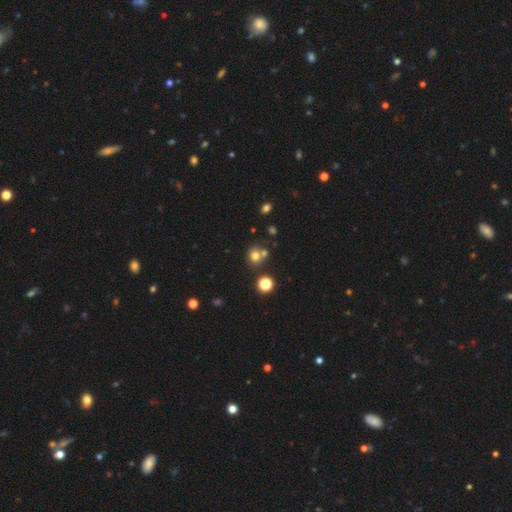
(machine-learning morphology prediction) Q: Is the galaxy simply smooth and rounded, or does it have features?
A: smooth — 73%.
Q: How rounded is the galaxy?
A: round — 80%.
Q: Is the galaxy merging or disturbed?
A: none — 60%.